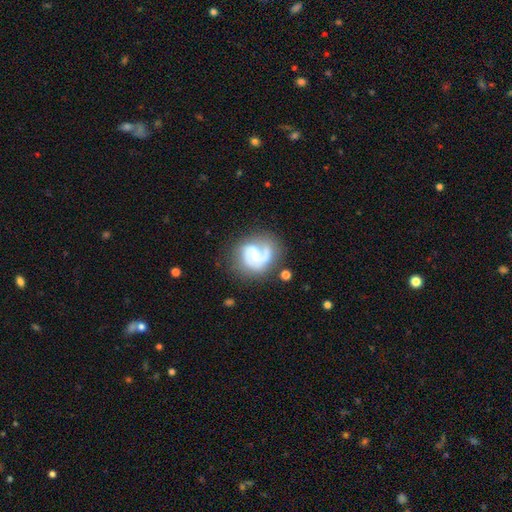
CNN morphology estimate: smooth-or-featured: featured or disk: 78% | smooth: 16% | star or artifact: 6%
  disk-edge-on: no: 98% | yes: 2%
    bar: no: 45% | weak: 43% | strong: 12%
    has-spiral-arms: yes: 93% | no: 7%
      spiral-winding: medium: 46% | tight: 33% | loose: 21%
      spiral-arm-count: 2: 55% | 1: 30% | can't tell: 8% | 3: 5% | 4: 1% | more than 4: 1%
    bulge-size: small: 47% | none: 25% | moderate: 21% | large: 4% | dominant: 2%
  merging: none: 63% | minor disturbance: 18% | major disturbance: 15% | merger: 4%